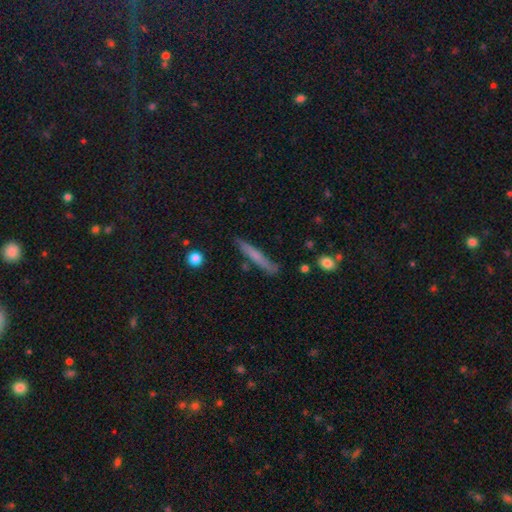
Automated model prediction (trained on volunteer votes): Smooth or featured? Predicted: smooth (p=0.61). How rounded? Predicted: cigar-shaped (p=0.95). Merging? Predicted: none (p=0.81).